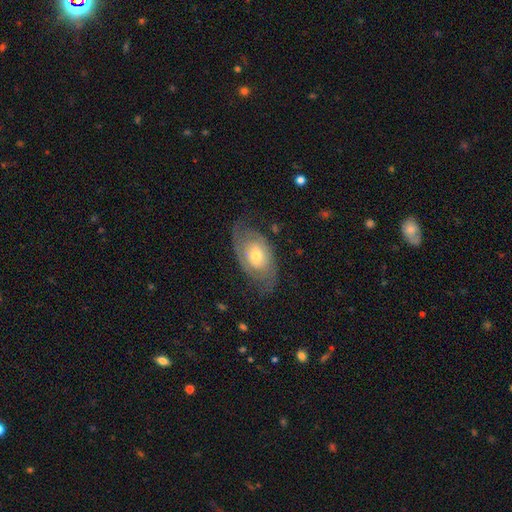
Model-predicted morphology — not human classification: This is likely a featured or disk galaxy (74%). It is clearly not viewed edge-on (94%). Bar: likely no (68%). Spiral arm pattern: clearly yes (87%). Spiral arm count: likely 2 (67%). Spiral winding: possibly tight (49%). Central bulge: possibly moderate (58%). Merging: likely none (67%).